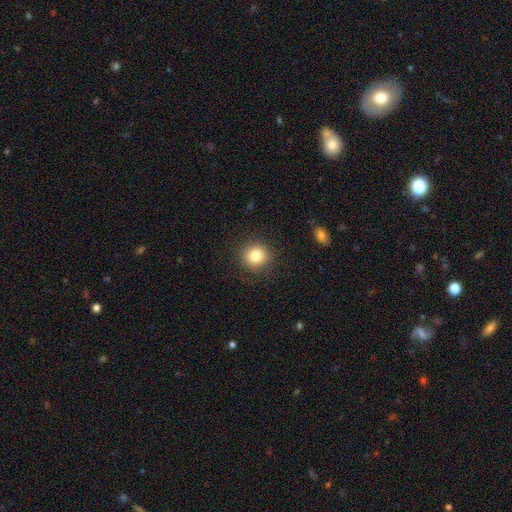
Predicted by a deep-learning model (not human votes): The model was most divided on "smooth or featured": smooth: 82%, star or artifact: 11%, featured or disk: 7%. More confident: how rounded — round (91%); merging — none (89%).